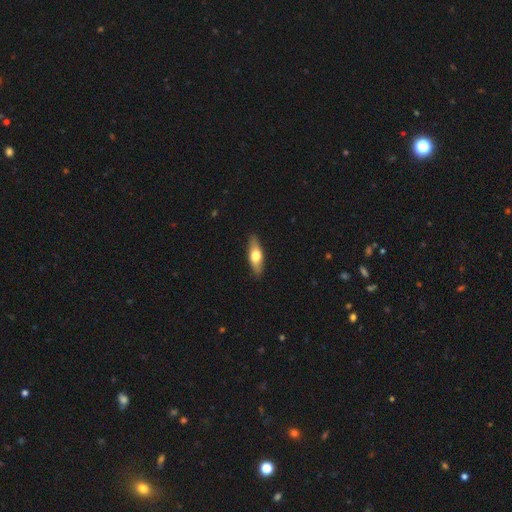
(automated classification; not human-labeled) smooth_or_featured: smooth (p=0.58) [alt: featured or disk p=0.36]
how_rounded: in between (p=0.60) [alt: cigar-shaped p=0.37]
merging: none (p=0.88) [alt: minor disturbance p=0.09]